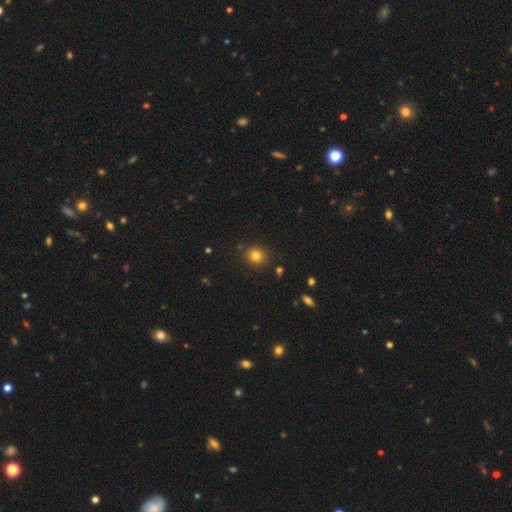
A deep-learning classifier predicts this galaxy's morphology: Smooth or featured: smooth — 80% (star or artifact — 13%)
How rounded: round — 83% (in between — 17%)
Merging: none — 86% (minor disturbance — 9%)